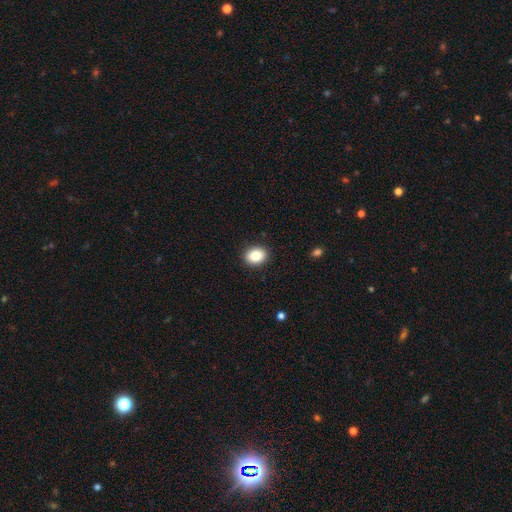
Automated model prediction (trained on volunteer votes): A smooth galaxy with no disk features (84%) that is round (51%).

Vote fractions:
- Smooth or featured? smooth: 84% / star or artifact: 9% / featured or disk: 7%
- How rounded? round: 51% / in between: 48% / cigar-shaped: 1%
- Merging? none: 91% / minor disturbance: 7% / major disturbance: 2% / merger: 1%